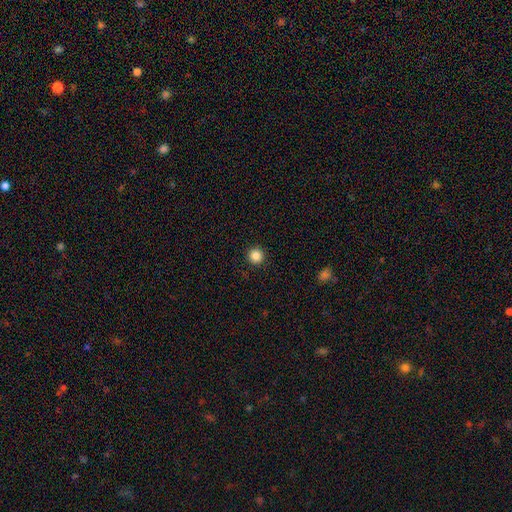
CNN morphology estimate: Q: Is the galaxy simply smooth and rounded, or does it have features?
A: smooth — 86%.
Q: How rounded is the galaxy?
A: round — 96%.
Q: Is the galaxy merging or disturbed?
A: none — 93%.